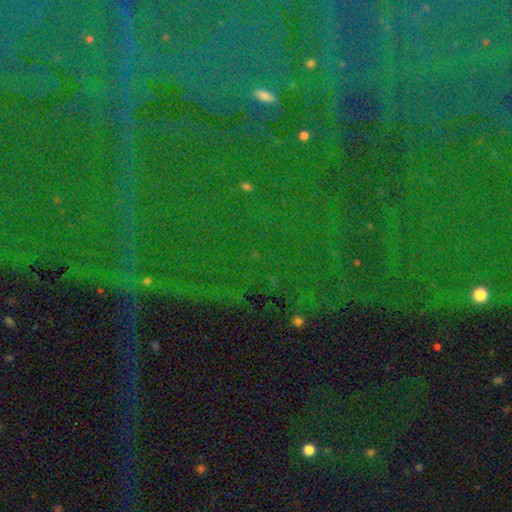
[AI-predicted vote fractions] Smooth or featured: star or artifact — 85% (featured or disk — 8%)